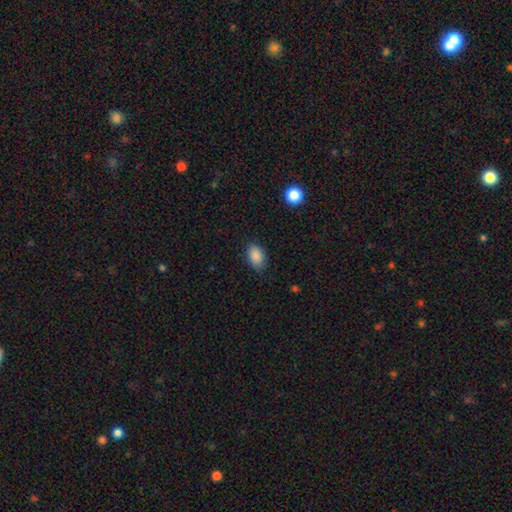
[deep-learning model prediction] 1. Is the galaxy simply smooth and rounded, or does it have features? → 88% smooth, 8% star or artifact, 4% featured or disk.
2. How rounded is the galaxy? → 87% in between, 11% round, 1% cigar-shaped.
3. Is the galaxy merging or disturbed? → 83% none, 13% minor disturbance, 3% major disturbance, 1% merger.